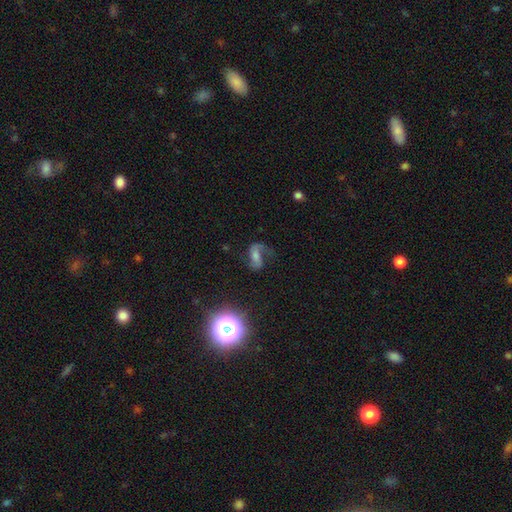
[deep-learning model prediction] smooth-or-featured: featured or disk: 64% | smooth: 23% | star or artifact: 13%
  disk-edge-on: no: 96% | yes: 4%
    bar: no: 38% | weak: 37% | strong: 24%
    has-spiral-arms: yes: 88% | no: 12%
      spiral-winding: loose: 63% | medium: 29% | tight: 8%
      spiral-arm-count: 2: 64% | 1: 30% | can't tell: 4% | 3: 1% | 4: 1% | more than 4: 1%
    bulge-size: moderate: 34% | small: 33% | none: 20% | large: 10% | dominant: 3%
  merging: none: 45% | major disturbance: 32% | minor disturbance: 18% | merger: 4%